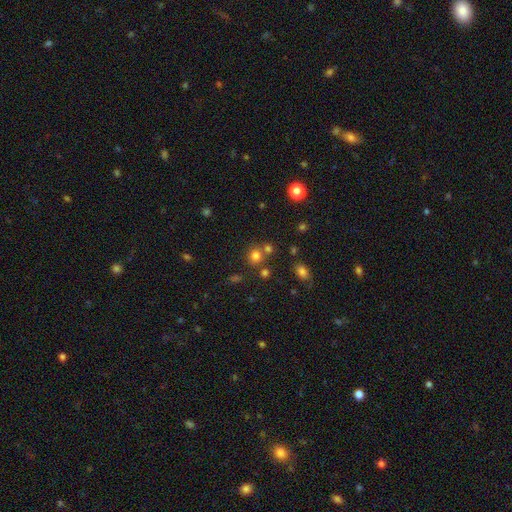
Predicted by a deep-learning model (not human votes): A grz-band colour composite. It shows a smooth galaxy with no disk features (74%) that is round (84%). Merging: none (65%).